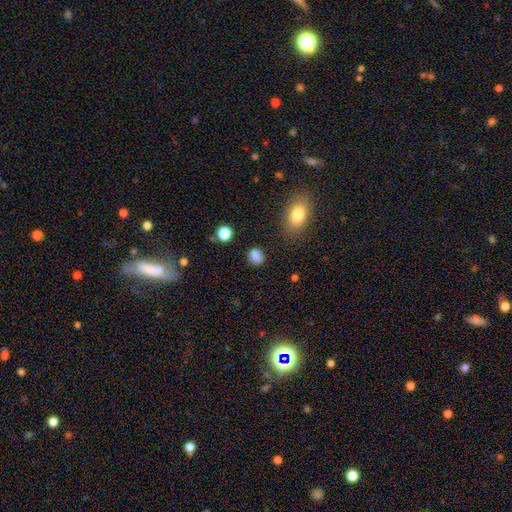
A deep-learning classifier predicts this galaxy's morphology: The model was most divided on "how rounded": round: 57%, in between: 42%, cigar-shaped: 1%. More confident: smooth or featured — smooth (84%); merging — none (83%).